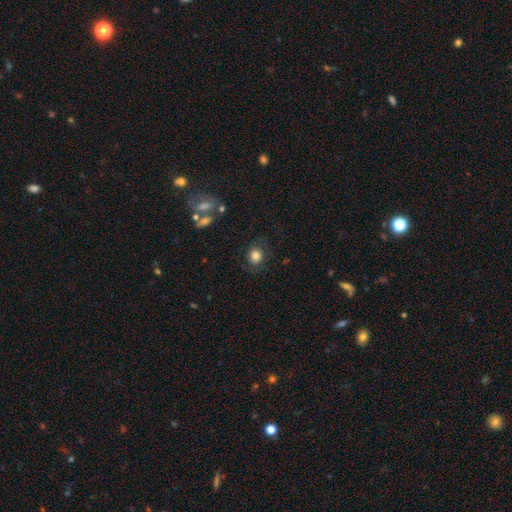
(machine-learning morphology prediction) Smooth or featured? Predicted: smooth (p=0.79). How rounded? Predicted: round (p=0.70). Merging? Predicted: none (p=0.74).